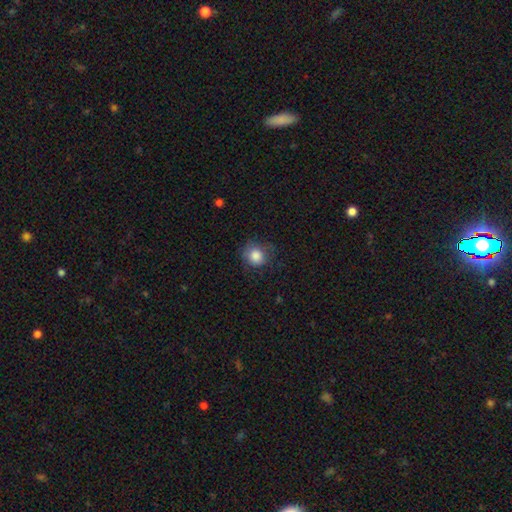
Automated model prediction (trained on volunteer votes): Smooth or featured?
  - smooth: 84% *
  - star or artifact: 9%
  - featured or disk: 7%
How rounded?
  - round: 82% *
  - in between: 17%
  - cigar-shaped: 1%
Merging?
  - none: 66% *
  - minor disturbance: 24%
  - major disturbance: 9%
  - merger: 1%